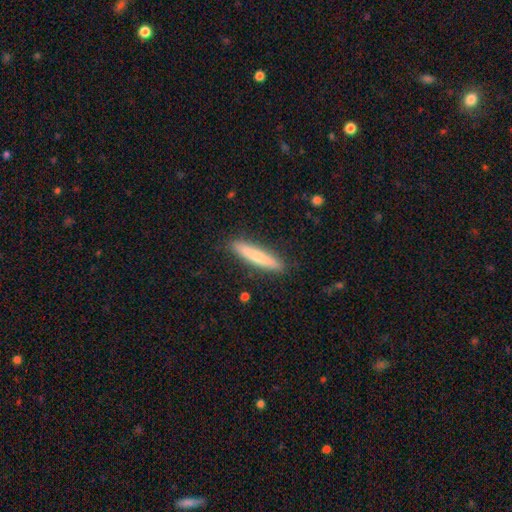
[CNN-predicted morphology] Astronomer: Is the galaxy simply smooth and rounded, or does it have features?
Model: smooth — 72%.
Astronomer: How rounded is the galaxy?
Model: cigar-shaped — 91%.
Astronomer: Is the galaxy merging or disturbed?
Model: none — 90%.